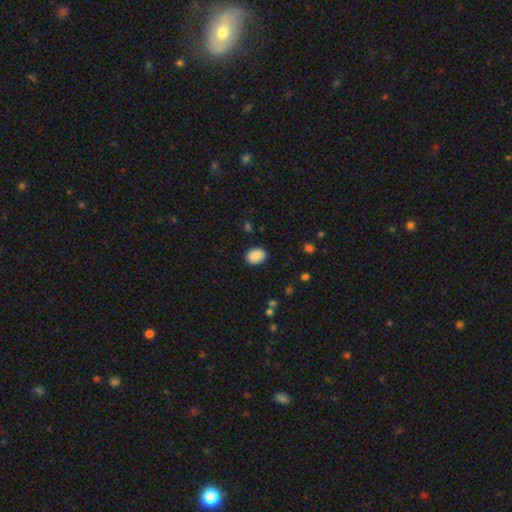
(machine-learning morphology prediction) Smooth or featured? smooth (89%)
How rounded? in between (61%)
Merging? none (87%)